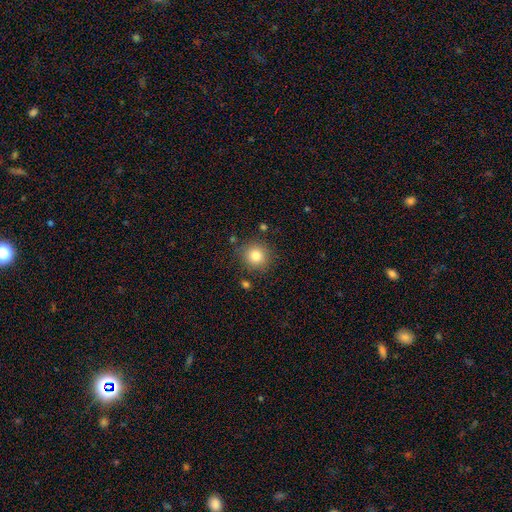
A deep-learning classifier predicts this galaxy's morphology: type=smooth (81%); roundness=round (92%); merging=none (86%).